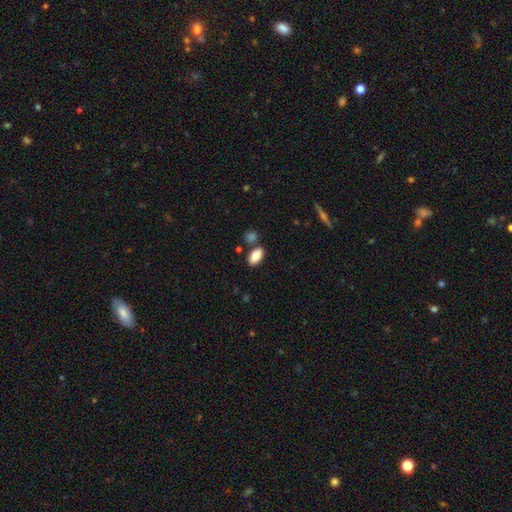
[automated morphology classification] smooth-or-featured: smooth: 87% | star or artifact: 7% | featured or disk: 6%
  how-rounded: in between: 93% | round: 4% | cigar-shaped: 3%
  merging: none: 77% | minor disturbance: 11% | merger: 9% | major disturbance: 3%